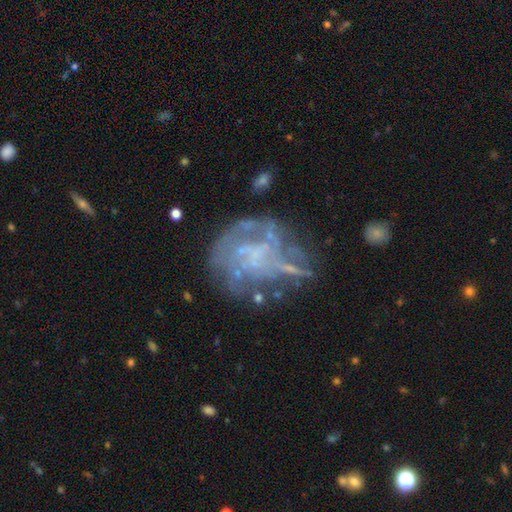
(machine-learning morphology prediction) A featured or disk galaxy (70%) with no bar (82%), no spiral arms (67%) and no central bulge (71%). Merging: none (45%).